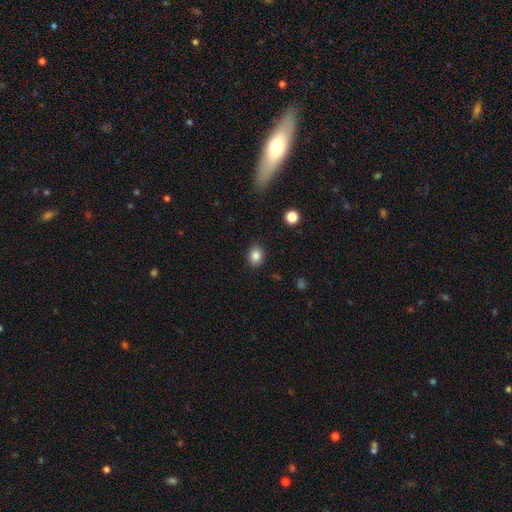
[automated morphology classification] This appears to be a smooth galaxy with no disk features (85%) that is round (57%). Merging: none (88%).